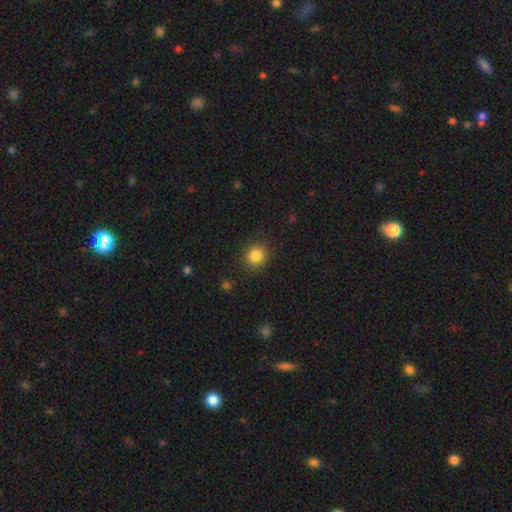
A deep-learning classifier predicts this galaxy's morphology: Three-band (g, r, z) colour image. It shows a smooth galaxy with no disk features (84%) that is round (83%). Merging: none (87%).